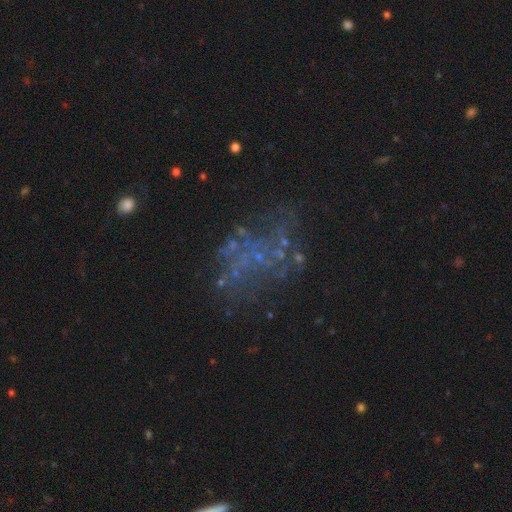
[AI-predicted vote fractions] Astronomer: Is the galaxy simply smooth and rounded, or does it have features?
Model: featured or disk — 51% (runner-up: star or artifact, 32%).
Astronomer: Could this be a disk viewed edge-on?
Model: no — 97%.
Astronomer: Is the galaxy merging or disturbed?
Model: none — 55%.